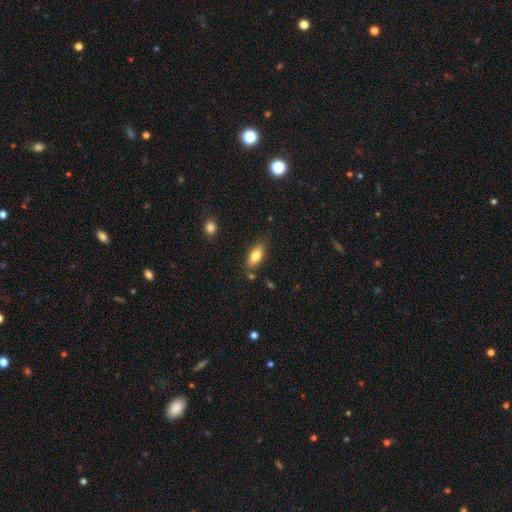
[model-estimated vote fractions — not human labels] smooth 80%, featured or disk 12%, star or artifact 8%. Down the decision tree: how rounded — in between (85%); merging — none (76%).